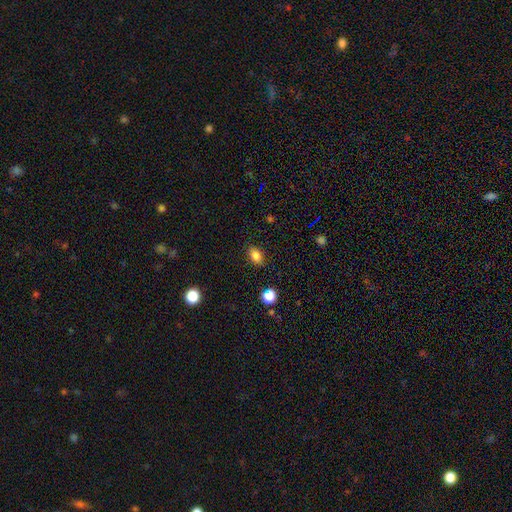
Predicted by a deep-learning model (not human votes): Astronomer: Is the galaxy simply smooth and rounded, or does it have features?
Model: smooth — 83%.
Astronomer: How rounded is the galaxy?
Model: in between — 80%.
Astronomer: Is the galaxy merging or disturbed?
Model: none — 87%.